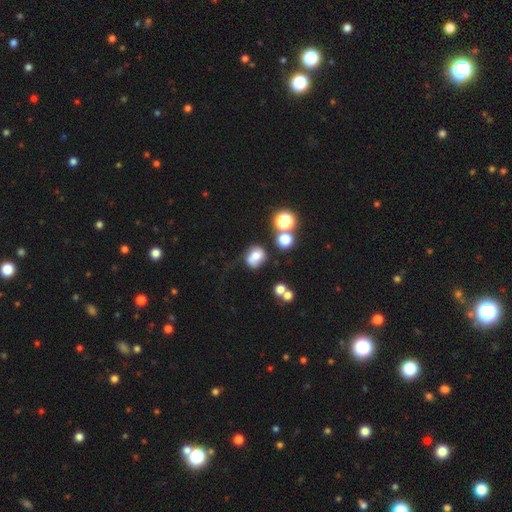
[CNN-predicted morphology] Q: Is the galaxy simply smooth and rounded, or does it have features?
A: smooth — 67%.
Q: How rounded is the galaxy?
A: round — 55%.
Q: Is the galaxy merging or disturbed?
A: none — 59%.